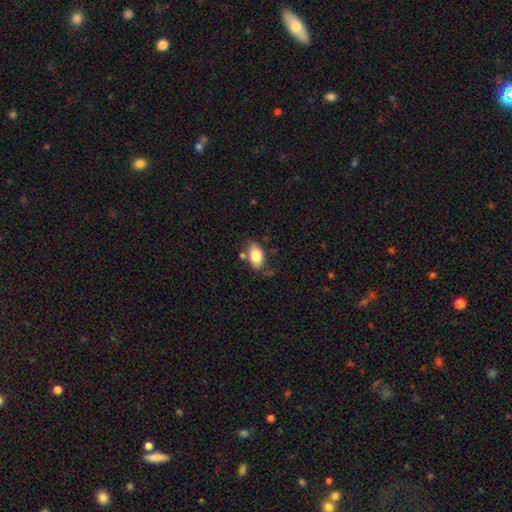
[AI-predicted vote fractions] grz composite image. It shows a smooth galaxy with no disk features (82%) that is in between round and cigar-shaped (90%). Merging: none (65%).